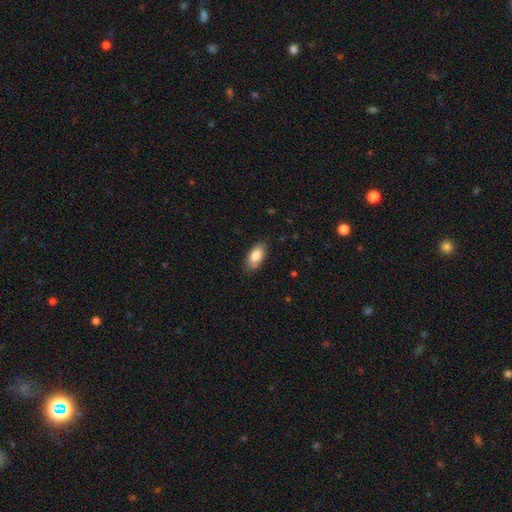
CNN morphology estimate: type=smooth (85%); roundness=in between (90%); merging=none (82%).